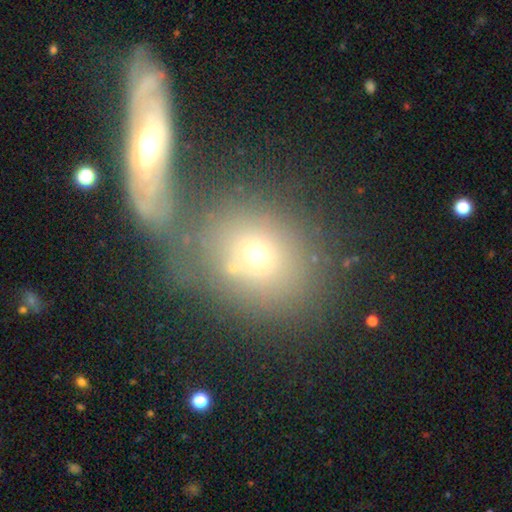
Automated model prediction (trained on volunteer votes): Smooth or featured? smooth (62%)
How rounded? round (66%)
Merging? none (47%)